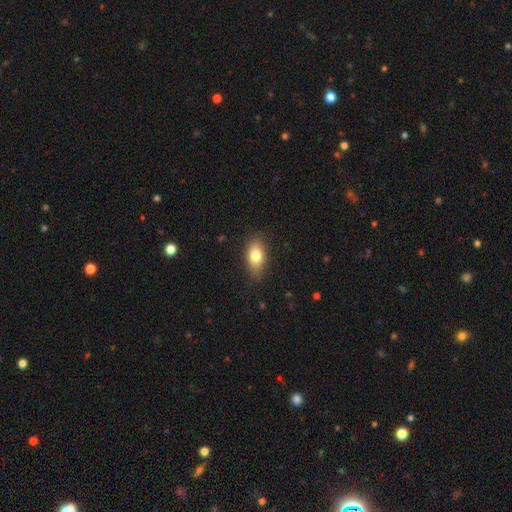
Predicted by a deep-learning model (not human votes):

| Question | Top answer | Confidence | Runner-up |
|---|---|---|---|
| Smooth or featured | smooth | 80% | featured or disk (13%) |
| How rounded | in between | 86% | round (8%) |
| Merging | none | 78% | minor disturbance (17%) |